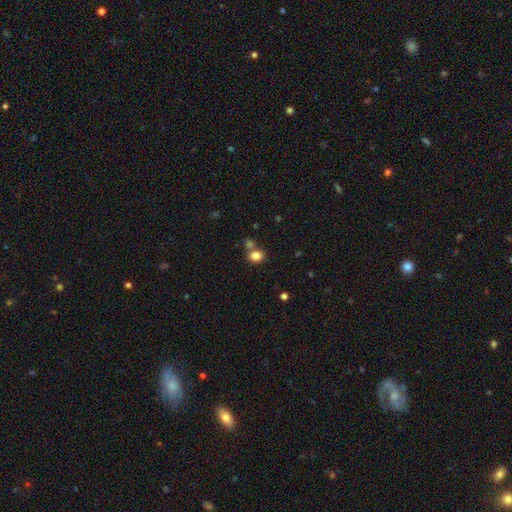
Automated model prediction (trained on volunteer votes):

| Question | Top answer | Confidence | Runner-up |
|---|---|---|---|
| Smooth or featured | smooth | 82% | star or artifact (11%) |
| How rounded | round | 59% | in between (40%) |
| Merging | none | 60% | merger (26%) |